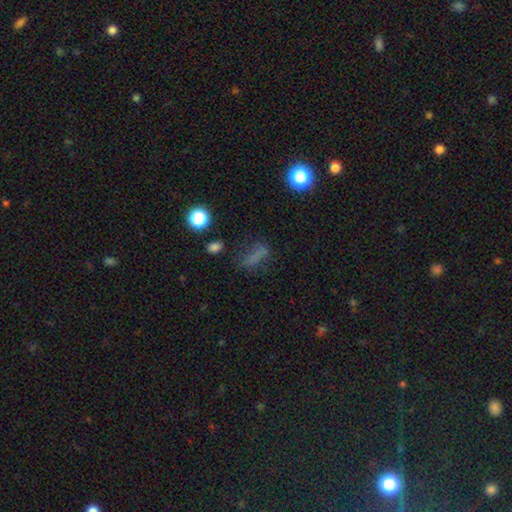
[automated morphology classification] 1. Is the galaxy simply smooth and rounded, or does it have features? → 58% smooth, 26% star or artifact, 16% featured or disk.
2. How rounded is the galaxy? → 45% in between, 39% cigar-shaped, 16% round.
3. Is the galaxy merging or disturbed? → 58% none, 19% minor disturbance, 17% major disturbance, 6% merger.